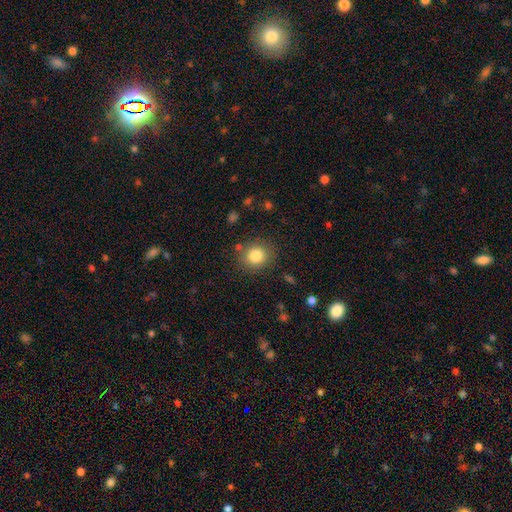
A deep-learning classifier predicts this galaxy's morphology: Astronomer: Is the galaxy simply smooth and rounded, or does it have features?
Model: smooth — 83%.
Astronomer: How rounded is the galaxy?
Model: round — 81%.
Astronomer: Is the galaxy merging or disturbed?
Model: none — 83%.